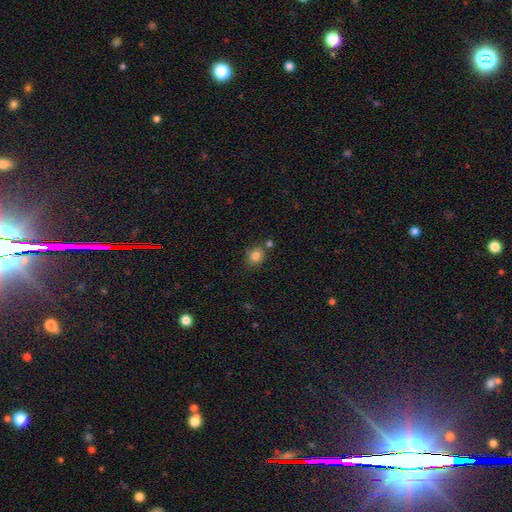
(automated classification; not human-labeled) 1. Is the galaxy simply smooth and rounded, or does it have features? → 83% smooth, 11% star or artifact, 6% featured or disk.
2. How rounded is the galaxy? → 70% round, 29% in between, 1% cigar-shaped.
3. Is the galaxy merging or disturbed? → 72% none, 13% minor disturbance, 12% merger, 4% major disturbance.